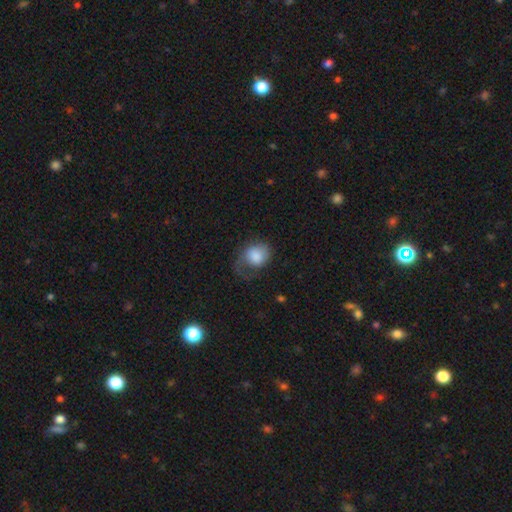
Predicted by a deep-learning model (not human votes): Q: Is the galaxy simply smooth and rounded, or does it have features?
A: smooth — 75%.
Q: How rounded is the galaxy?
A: round — 55%.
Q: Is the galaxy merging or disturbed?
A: major disturbance — 40%.